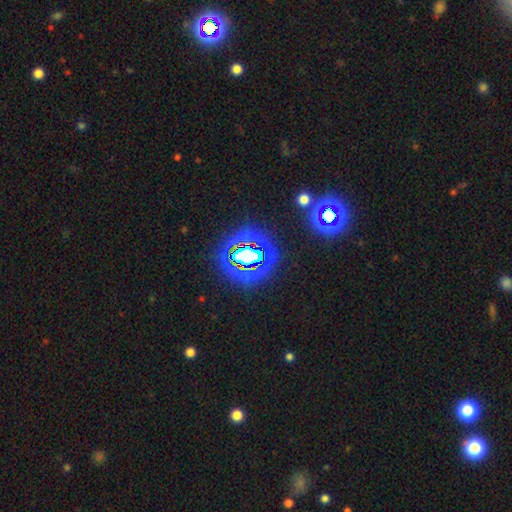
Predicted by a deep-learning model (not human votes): Overall: star or artifact (81%).